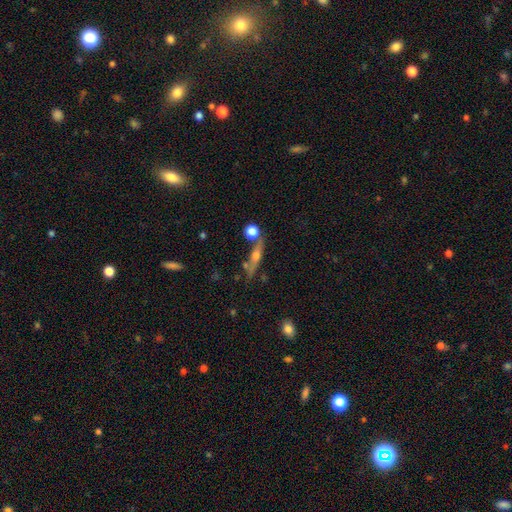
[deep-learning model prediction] A featured or disk galaxy (58%) viewed edge-on (79%). Merging: none (59%).